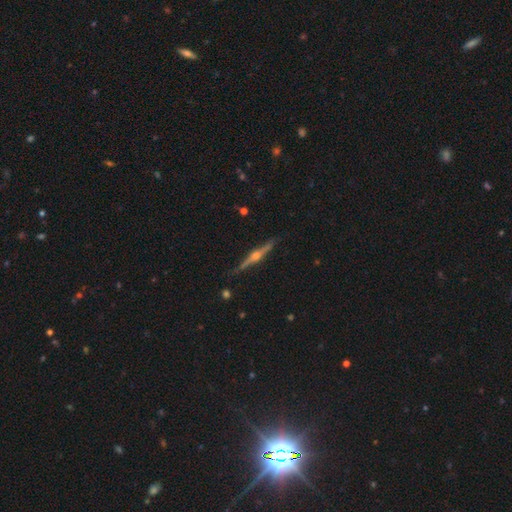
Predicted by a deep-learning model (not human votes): Smooth or featured? Predicted: featured or disk (p=0.86). Edge-on disk? Predicted: yes (p=0.98). Edge-on bulge? Predicted: rounded (p=0.93). Merging? Predicted: none (p=0.89).